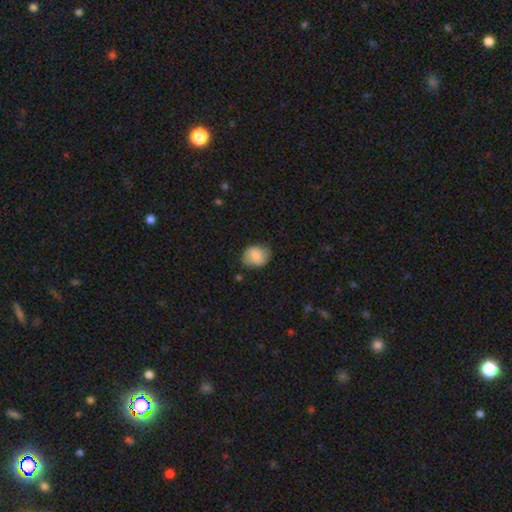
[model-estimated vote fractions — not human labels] Smooth or featured?
  - smooth: 78% *
  - featured or disk: 14%
  - star or artifact: 7%
How rounded?
  - round: 57% *
  - in between: 42%
  - cigar-shaped: 1%
Merging?
  - none: 70% *
  - minor disturbance: 23%
  - major disturbance: 5%
  - merger: 2%